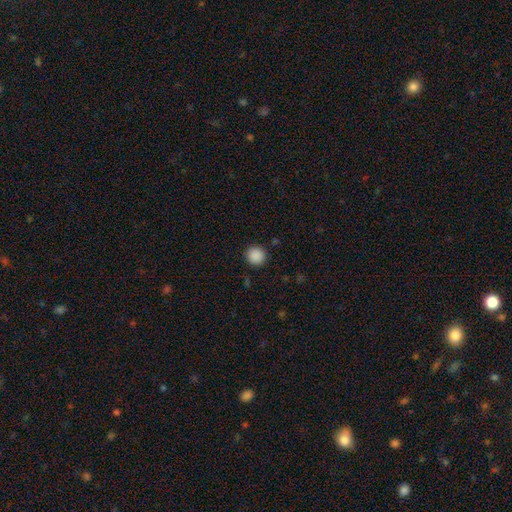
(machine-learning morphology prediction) This is clearly a smooth galaxy (88%). How rounded: clearly round (94%). Merging: clearly none (91%).